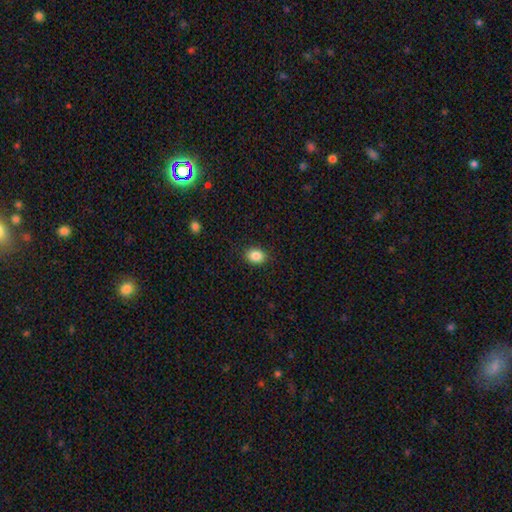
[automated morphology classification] Smooth or featured? smooth (86%)
How rounded? in between (61%)
Merging? none (88%)